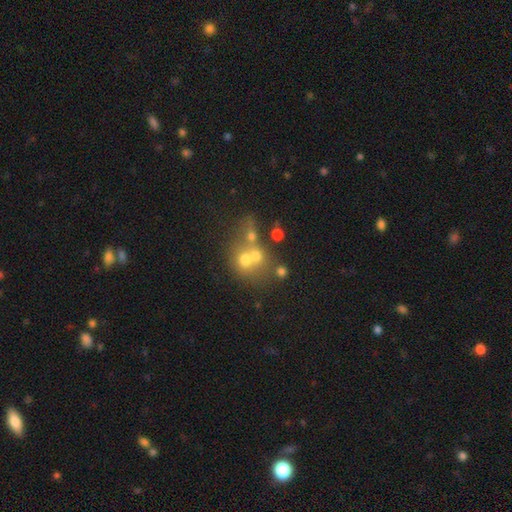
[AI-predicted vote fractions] A smooth galaxy with no disk features (57%) that is round (73%). Merging: merger (54%).